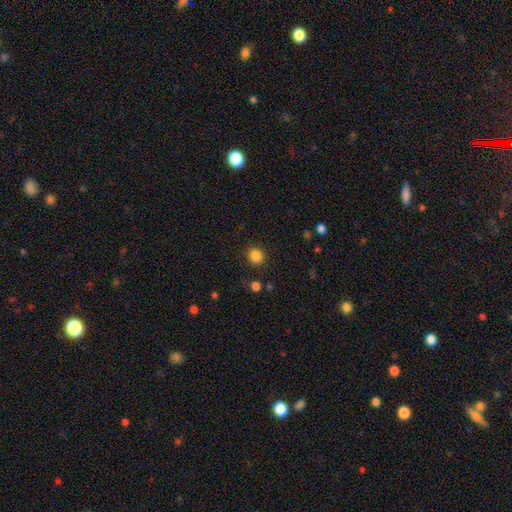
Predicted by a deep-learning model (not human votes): smooth-or-featured: smooth: 85% | star or artifact: 11% | featured or disk: 4%
  how-rounded: round: 82% | in between: 17% | cigar-shaped: 1%
  merging: none: 88% | minor disturbance: 7% | major disturbance: 3% | merger: 2%